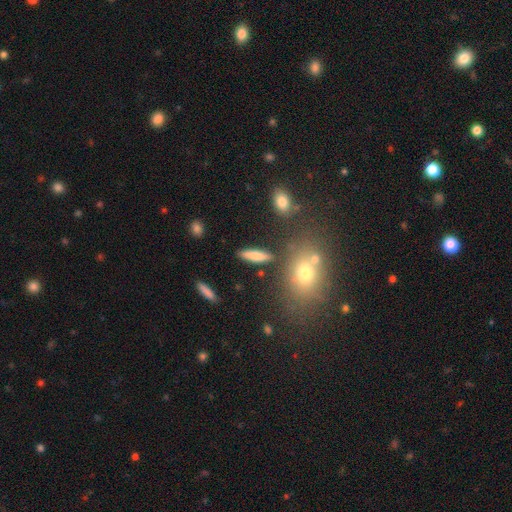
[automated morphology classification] smooth-or-featured: smooth: 72% | featured or disk: 20% | star or artifact: 8%
  how-rounded: cigar-shaped: 67% | in between: 30% | round: 3%
  merging: none: 84% | minor disturbance: 9% | merger: 4% | major disturbance: 3%